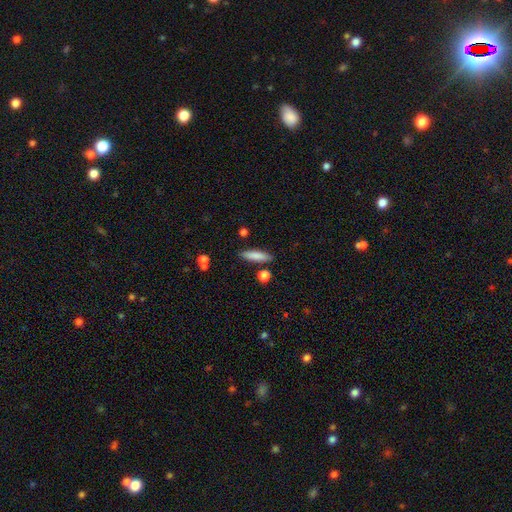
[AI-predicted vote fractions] Smooth or featured? Predicted: smooth (p=0.83). How rounded? Predicted: cigar-shaped (p=0.73). Merging? Predicted: none (p=0.85).